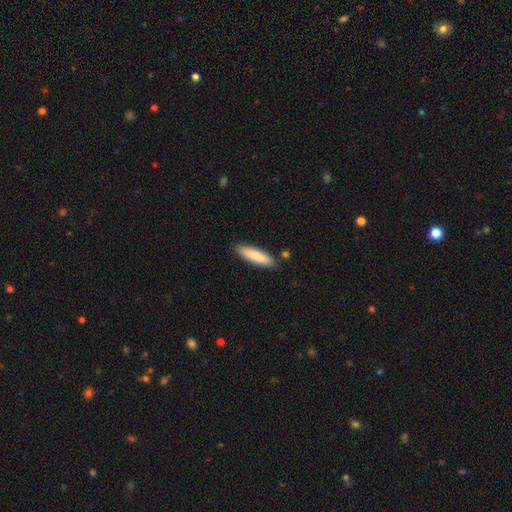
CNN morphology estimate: Smooth or featured? Predicted: smooth (p=0.85). How rounded? Predicted: cigar-shaped (p=0.75). Merging? Predicted: none (p=0.86).